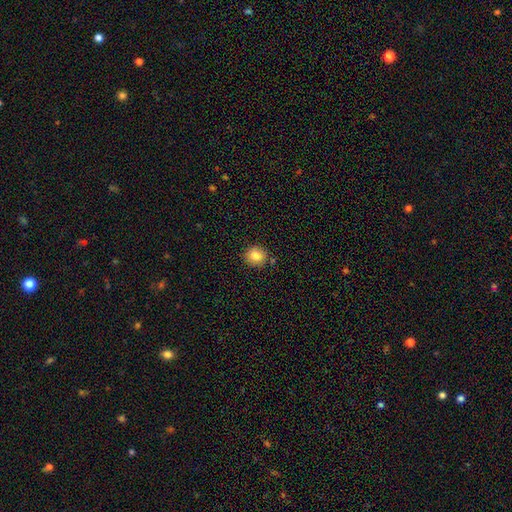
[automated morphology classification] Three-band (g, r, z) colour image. It shows a smooth galaxy with no disk features (84%) that is round (86%). Merging: none (84%).